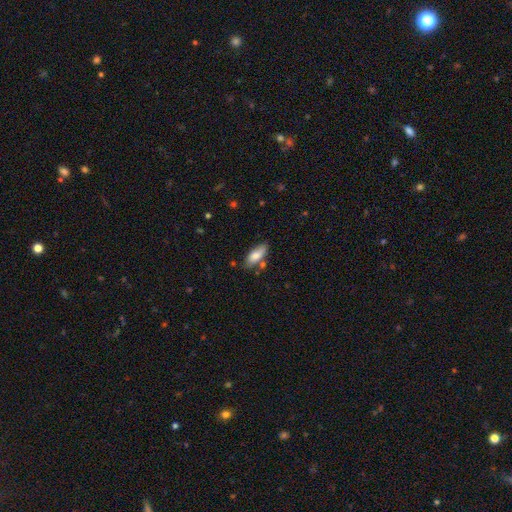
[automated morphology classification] A smooth galaxy with no disk features (79%) that is in between round and cigar-shaped (79%).

Vote fractions:
- Smooth or featured? smooth: 79% / featured or disk: 14% / star or artifact: 6%
- How rounded? in between: 79% / cigar-shaped: 19% / round: 2%
- Merging? none: 70% / minor disturbance: 18% / merger: 8% / major disturbance: 4%